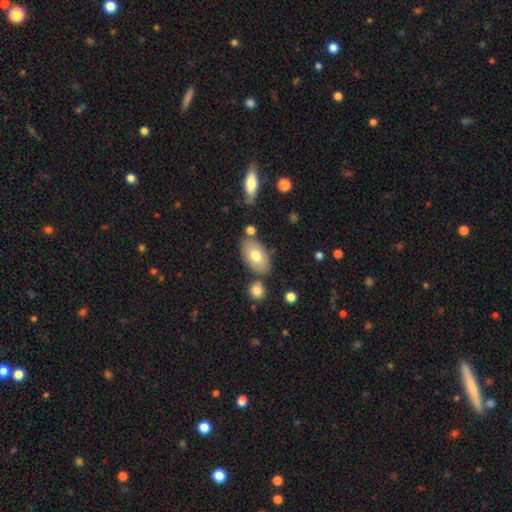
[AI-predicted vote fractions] Smooth or featured?
  - smooth: 71% *
  - featured or disk: 22%
  - star or artifact: 6%
How rounded?
  - in between: 93% *
  - round: 5%
  - cigar-shaped: 2%
Merging?
  - none: 74% *
  - minor disturbance: 14%
  - merger: 9%
  - major disturbance: 4%